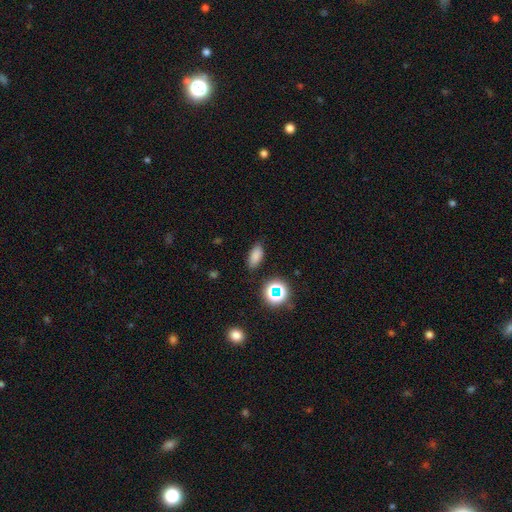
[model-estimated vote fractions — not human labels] smooth-or-featured: smooth: 77% | star or artifact: 16% | featured or disk: 7%
  how-rounded: in between: 85% | cigar-shaped: 9% | round: 6%
  merging: none: 84% | minor disturbance: 11% | major disturbance: 3% | merger: 2%